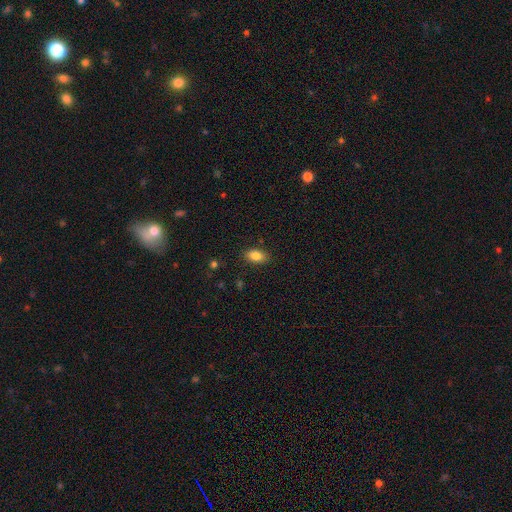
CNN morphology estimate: This appears to be a smooth galaxy with no disk features (84%) that is in between round and cigar-shaped (89%). Merging: none (87%).